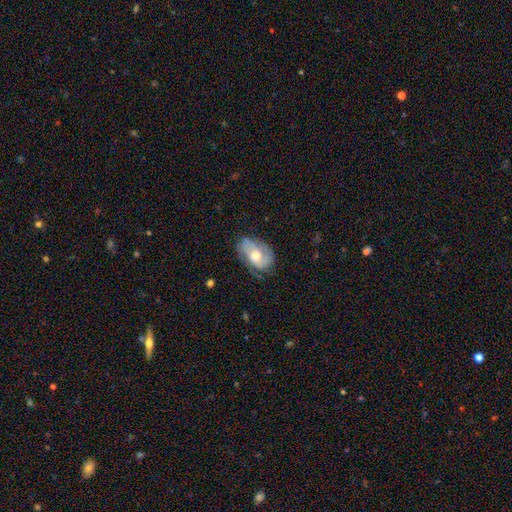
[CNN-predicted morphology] A featured or disk galaxy (62%) with no bar (67%), spiral arms (82%) and a moderate central bulge (66%).

Vote fractions:
- Smooth or featured? featured or disk: 62% / smooth: 32% / star or artifact: 6%
- Edge-on disk? no: 96% / yes: 4%
- Bar? no: 67% / weak: 28% / strong: 5%
- Spiral arms? yes: 82% / no: 18%
- Bulge size? moderate: 66% / small: 17% / large: 13% / none: 2% / dominant: 1%
- Merging? none: 60% / minor disturbance: 27% / major disturbance: 11% / merger: 2%